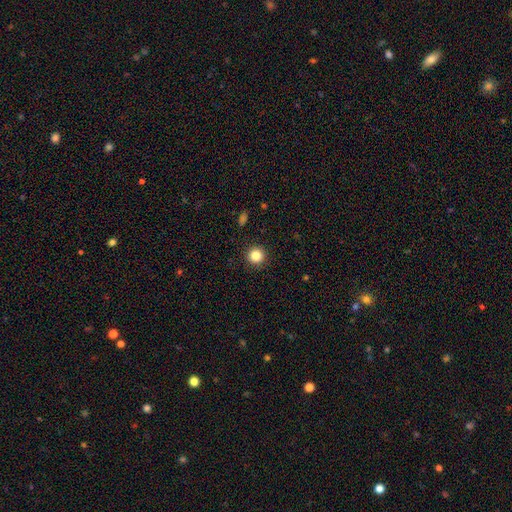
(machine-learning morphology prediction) smooth_or_featured: smooth (p=0.84) [alt: star or artifact p=0.11]
how_rounded: round (p=0.95) [alt: in between p=0.04]
merging: none (p=0.92) [alt: minor disturbance p=0.05]